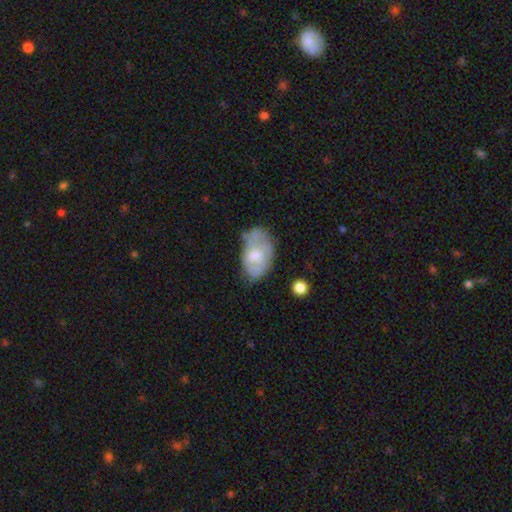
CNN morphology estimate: Q: Smooth or featured?
A: smooth (53%); runner-up: featured or disk (41%)
Q: How rounded?
A: in between (92%); runner-up: round (7%)
Q: Merging?
A: none (47%); runner-up: minor disturbance (34%)